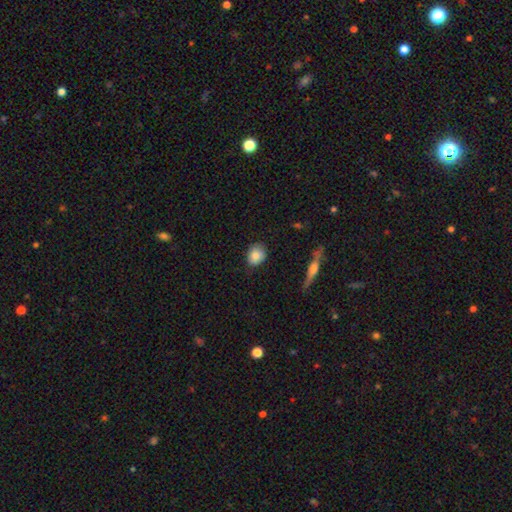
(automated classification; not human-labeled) Morphology: type=smooth (83%); roundness=round (61%); merging=none (72%).